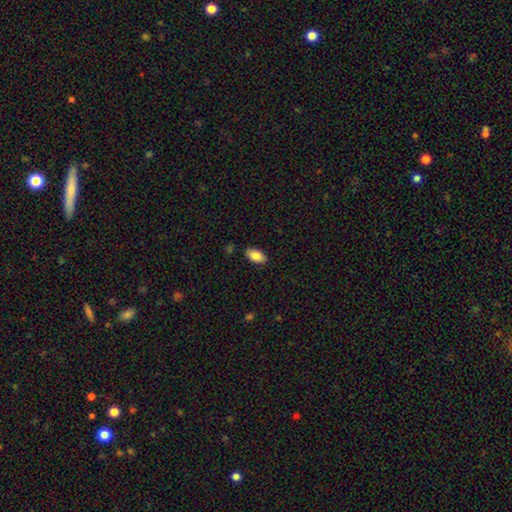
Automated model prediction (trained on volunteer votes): A smooth galaxy with no disk features (86%) that is in between round and cigar-shaped (94%). Merging: none (86%).